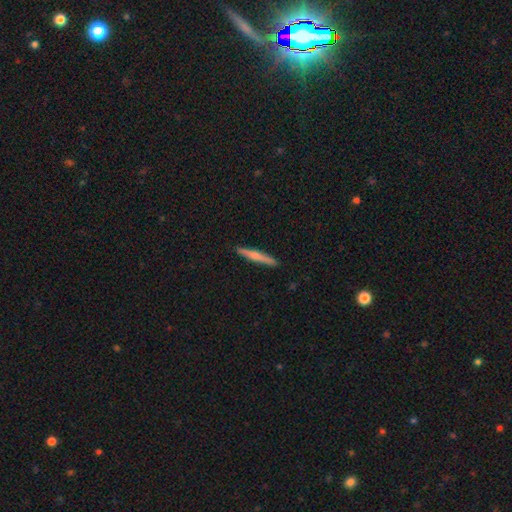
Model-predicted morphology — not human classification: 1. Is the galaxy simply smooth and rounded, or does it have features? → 57% smooth, 37% featured or disk, 5% star or artifact.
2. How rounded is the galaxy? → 95% cigar-shaped, 4% in between, 2% round.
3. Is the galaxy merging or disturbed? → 91% none, 6% minor disturbance, 1% major disturbance, 1% merger.